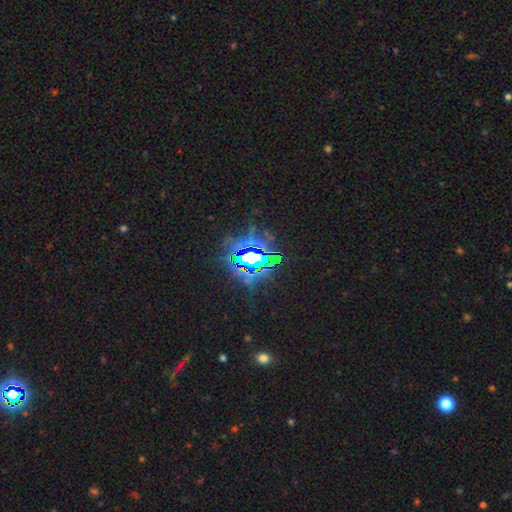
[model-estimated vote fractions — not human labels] smooth_or_featured: star or artifact (p=0.84) [alt: smooth p=0.09]